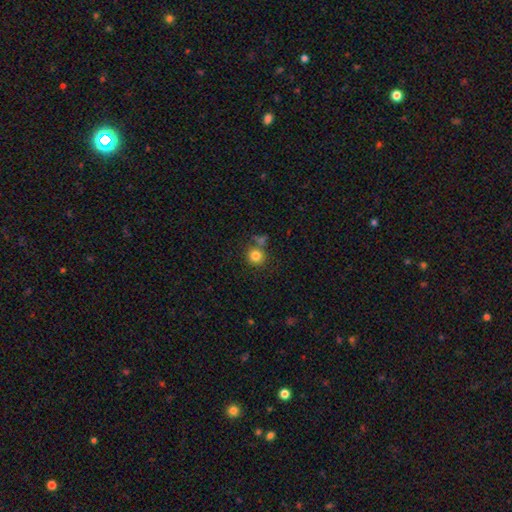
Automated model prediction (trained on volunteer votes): smooth_or_featured: smooth (p=0.82) [alt: star or artifact p=0.12]
how_rounded: round (p=0.92) [alt: in between p=0.07]
merging: none (p=0.73) [alt: merger p=0.14]